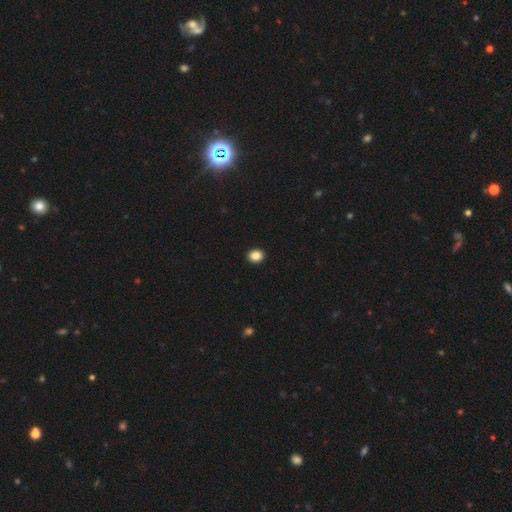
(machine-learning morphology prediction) Smooth or featured? Predicted: smooth (p=0.86). How rounded? Predicted: round (p=0.66). Merging? Predicted: none (p=0.93).